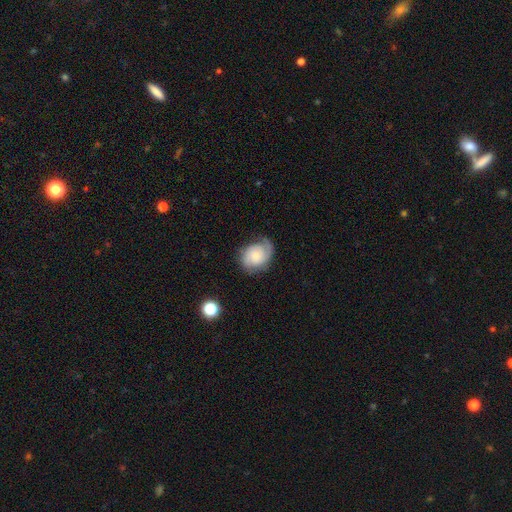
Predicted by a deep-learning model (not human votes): smooth-or-featured: featured or disk: 58% | smooth: 34% | star or artifact: 8%
  disk-edge-on: no: 97% | yes: 3%
    bar: no: 73% | weak: 23% | strong: 4%
    has-spiral-arms: yes: 90% | no: 10%
      spiral-winding: tight: 41% | medium: 38% | loose: 20%
      spiral-arm-count: 2: 51% | 1: 31% | can't tell: 13% | 3: 3% | 4: 1% | more than 4: 1%
    bulge-size: small: 53% | moderate: 35% | none: 5% | large: 5% | dominant: 2%
  merging: none: 58% | minor disturbance: 26% | major disturbance: 14% | merger: 2%